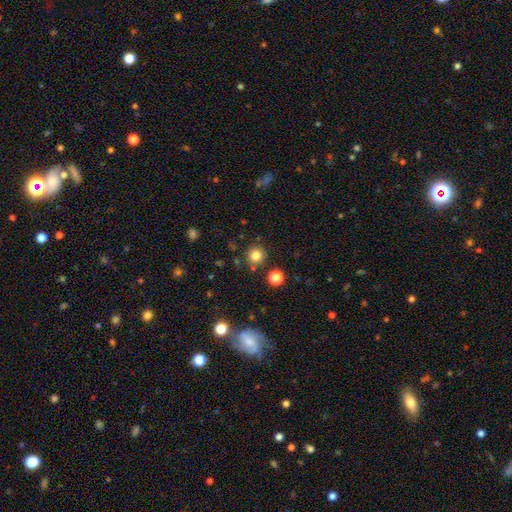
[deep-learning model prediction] Q: Smooth or featured?
A: smooth (82%); runner-up: star or artifact (13%)
Q: How rounded?
A: round (94%); runner-up: in between (5%)
Q: Merging?
A: none (86%); runner-up: minor disturbance (7%)